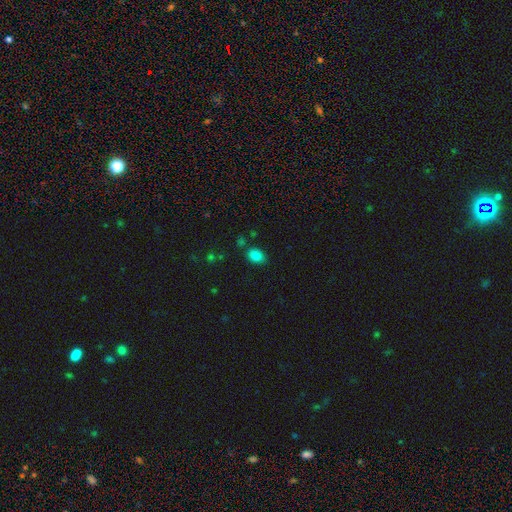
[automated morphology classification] smooth 83%, star or artifact 13%, featured or disk 4%. Down the decision tree: how rounded — in between (78%); merging — none (75%).